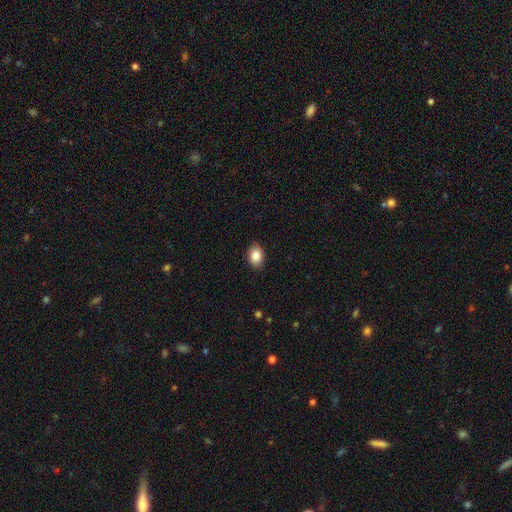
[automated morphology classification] Smooth or featured?
  - smooth: 85% *
  - star or artifact: 8%
  - featured or disk: 7%
How rounded?
  - in between: 75% *
  - round: 24%
  - cigar-shaped: 1%
Merging?
  - none: 88% *
  - minor disturbance: 9%
  - major disturbance: 2%
  - merger: 1%